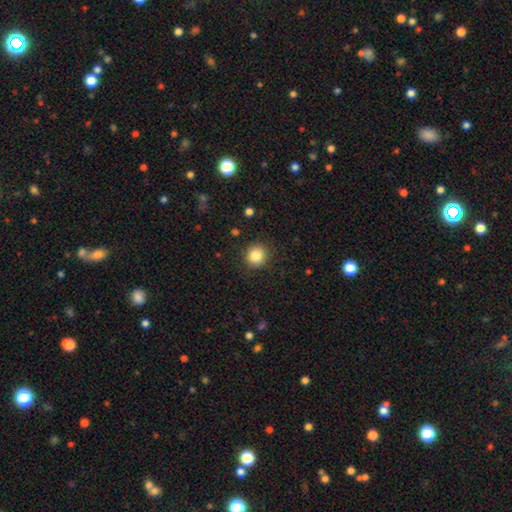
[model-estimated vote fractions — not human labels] This is clearly a smooth galaxy (84%). How rounded: clearly round (91%). Merging: clearly none (90%).